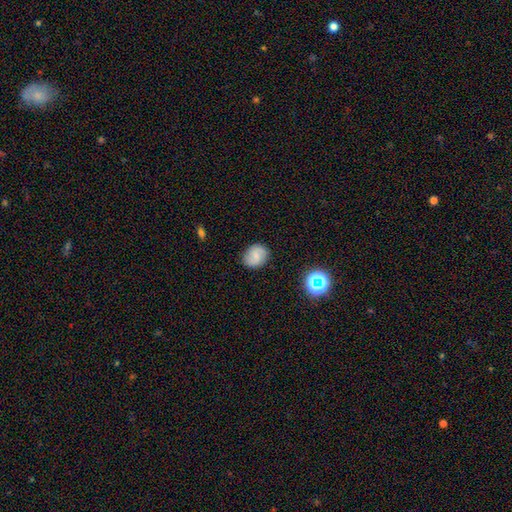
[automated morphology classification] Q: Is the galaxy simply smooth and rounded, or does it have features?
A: smooth — 57%.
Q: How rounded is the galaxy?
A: round — 63%.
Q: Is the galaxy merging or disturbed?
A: none — 85%.